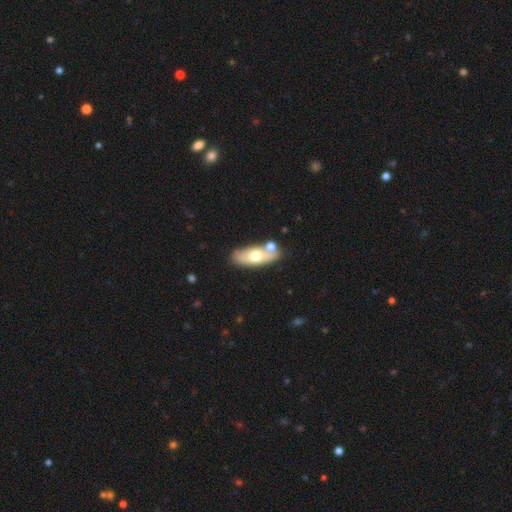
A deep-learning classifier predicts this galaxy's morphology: Q: Smooth or featured?
A: smooth (58%); runner-up: featured or disk (36%)
Q: How rounded?
A: in between (73%); runner-up: cigar-shaped (24%)
Q: Merging?
A: none (69%); runner-up: merger (15%)